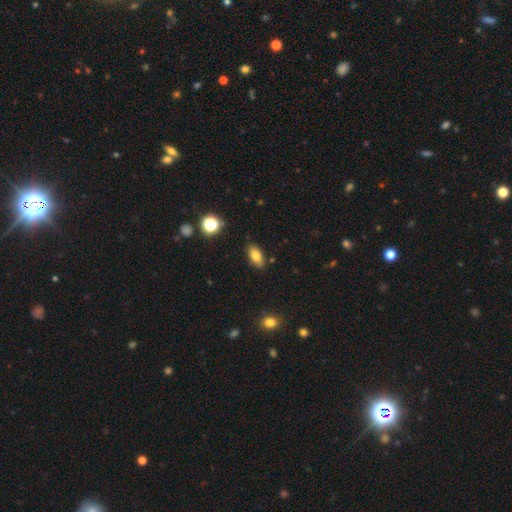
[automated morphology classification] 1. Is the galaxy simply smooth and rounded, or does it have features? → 81% smooth, 10% star or artifact, 9% featured or disk.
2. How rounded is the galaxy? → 89% in between, 6% cigar-shaped, 6% round.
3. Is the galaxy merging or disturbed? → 84% none, 12% minor disturbance, 2% major disturbance, 2% merger.